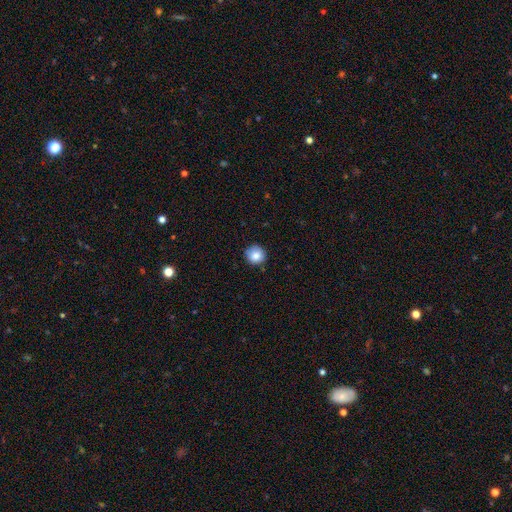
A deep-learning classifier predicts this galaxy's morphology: smooth-or-featured: smooth: 85% | star or artifact: 9% | featured or disk: 6%
  how-rounded: round: 92% | in between: 7% | cigar-shaped: 1%
  merging: none: 80% | minor disturbance: 16% | major disturbance: 3% | merger: 1%